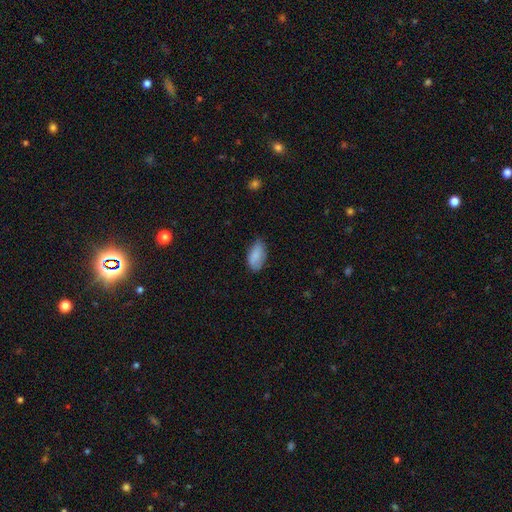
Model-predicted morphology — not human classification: smooth_or_featured: smooth (p=0.85) [alt: featured or disk p=0.09]
how_rounded: in between (p=0.94) [alt: round p=0.03]
merging: none (p=0.63) [alt: minor disturbance p=0.31]